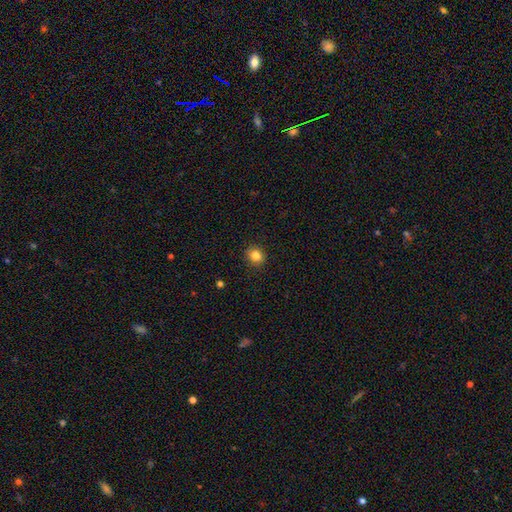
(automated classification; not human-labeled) The model was most divided on "how rounded": round: 79%, in between: 20%, cigar-shaped: 1%. More confident: merging — none (91%); smooth or featured — smooth (83%).